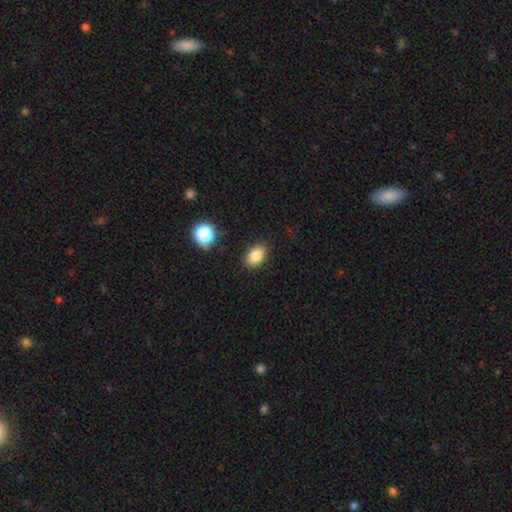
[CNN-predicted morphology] This appears to be a smooth galaxy with no disk features (84%) that is in between round and cigar-shaped (83%). Merging: none (86%).